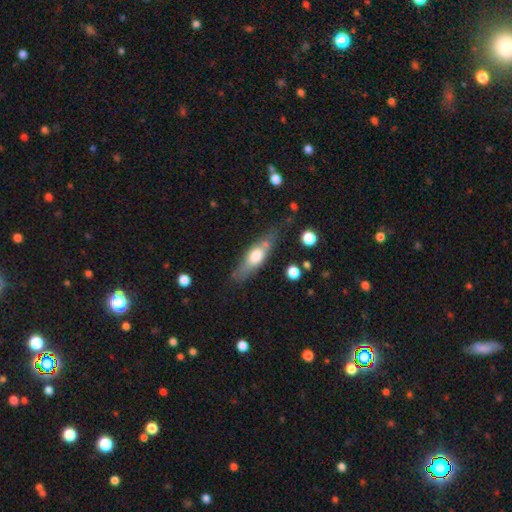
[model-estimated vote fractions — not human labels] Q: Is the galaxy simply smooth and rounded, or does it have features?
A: smooth — 55%.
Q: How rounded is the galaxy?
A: cigar-shaped — 54%.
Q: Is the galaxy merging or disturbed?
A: none — 68%.